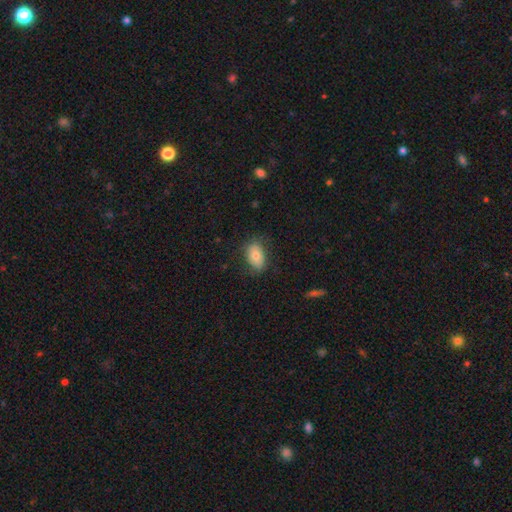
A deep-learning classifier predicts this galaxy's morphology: A smooth galaxy with no disk features (75%) that is in between round and cigar-shaped (88%).

Vote fractions:
- Smooth or featured? smooth: 75% / featured or disk: 17% / star or artifact: 8%
- How rounded? in between: 88% / round: 10% / cigar-shaped: 1%
- Merging? none: 76% / minor disturbance: 17% / major disturbance: 5% / merger: 1%